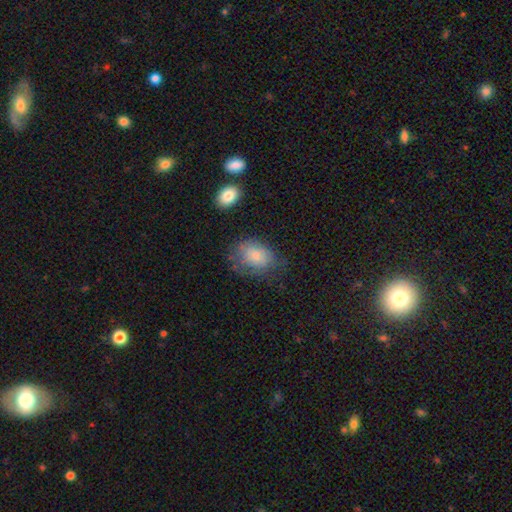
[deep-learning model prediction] Overall: smooth (78%). How rounded: in between (76%). Merging: none (54%; minor disturbance 28%).